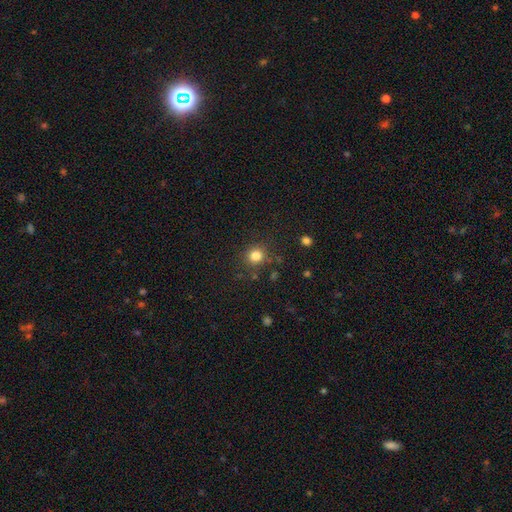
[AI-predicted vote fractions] smooth 82%, star or artifact 13%, featured or disk 5%. Down the decision tree: how rounded — round (88%); merging — none (84%).